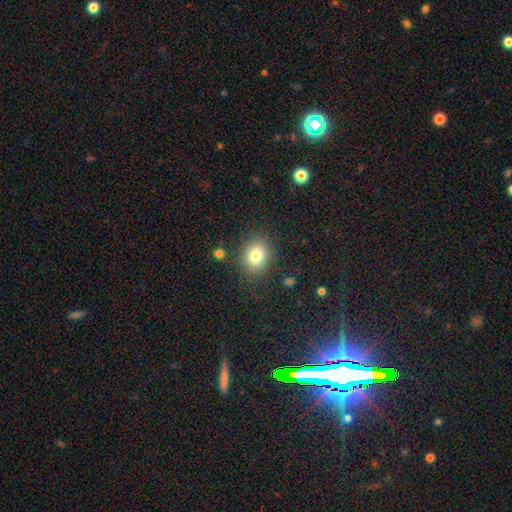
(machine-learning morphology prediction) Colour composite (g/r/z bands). It shows a smooth galaxy with no disk features (80%) that is round (58%). Merging: none (83%).